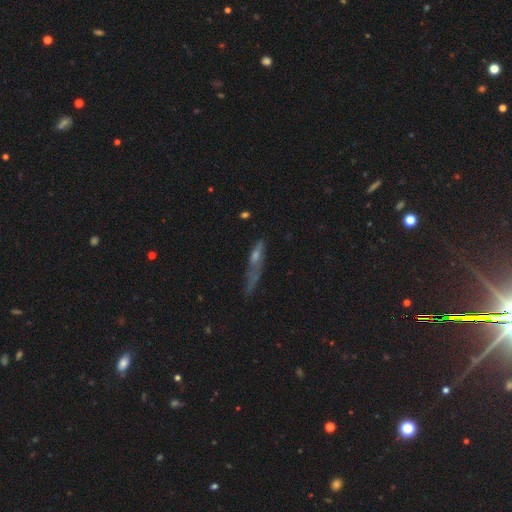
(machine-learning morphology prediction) smooth_or_featured: featured or disk (p=0.44) [alt: smooth p=0.40]
merging: none (p=0.42) [alt: major disturbance p=0.27]